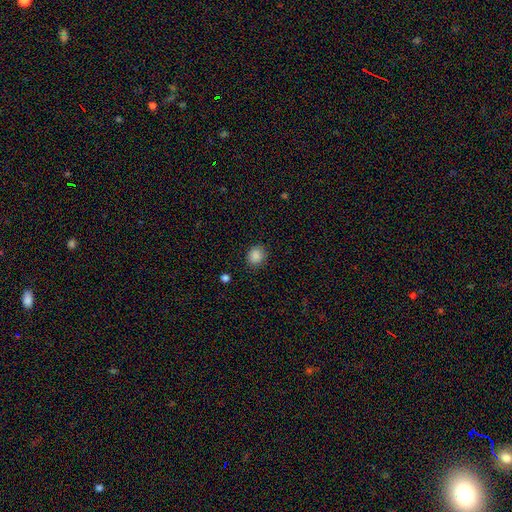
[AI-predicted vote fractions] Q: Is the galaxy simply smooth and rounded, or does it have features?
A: smooth — 87%.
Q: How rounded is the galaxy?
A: round — 68%.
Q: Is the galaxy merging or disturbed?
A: none — 86%.